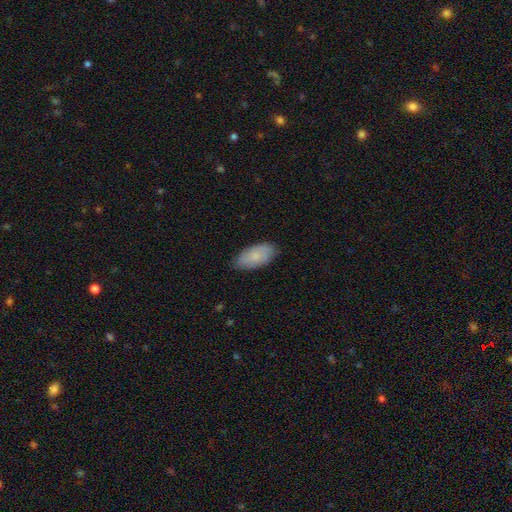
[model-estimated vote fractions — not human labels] Smooth or featured?
  - smooth: 73% *
  - featured or disk: 21%
  - star or artifact: 6%
How rounded?
  - in between: 93% *
  - cigar-shaped: 5%
  - round: 2%
Merging?
  - none: 82% *
  - minor disturbance: 14%
  - major disturbance: 2%
  - merger: 1%